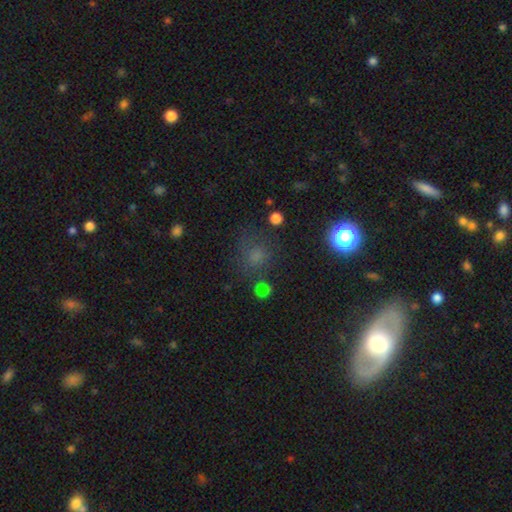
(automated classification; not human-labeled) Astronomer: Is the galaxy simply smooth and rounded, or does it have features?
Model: smooth — 60%.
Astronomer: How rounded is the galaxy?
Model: round — 81%.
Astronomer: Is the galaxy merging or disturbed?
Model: none — 67%.